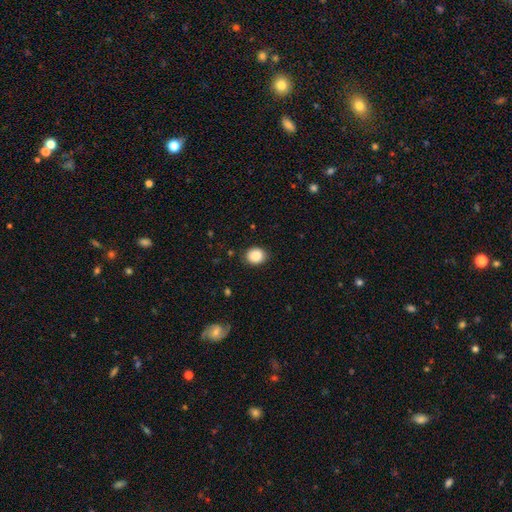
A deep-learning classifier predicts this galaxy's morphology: Smooth or featured?
  - smooth: 88% *
  - star or artifact: 8%
  - featured or disk: 4%
How rounded?
  - round: 64% *
  - in between: 36%
  - cigar-shaped: 1%
Merging?
  - none: 86% *
  - minor disturbance: 10%
  - major disturbance: 3%
  - merger: 1%